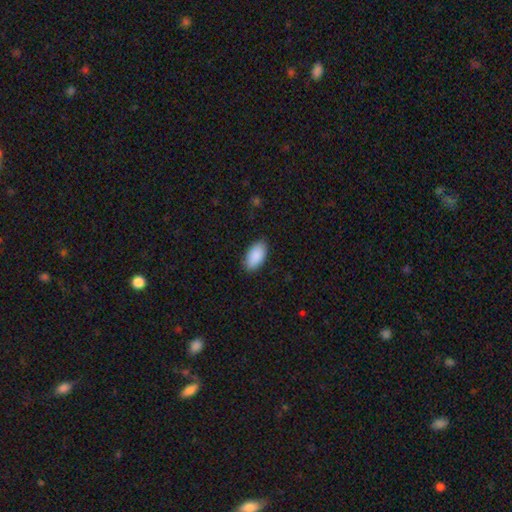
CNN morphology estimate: smooth-or-featured: smooth: 90% | star or artifact: 6% | featured or disk: 4%
  how-rounded: in between: 95% | round: 3% | cigar-shaped: 2%
  merging: none: 87% | minor disturbance: 10% | major disturbance: 2% | merger: 1%